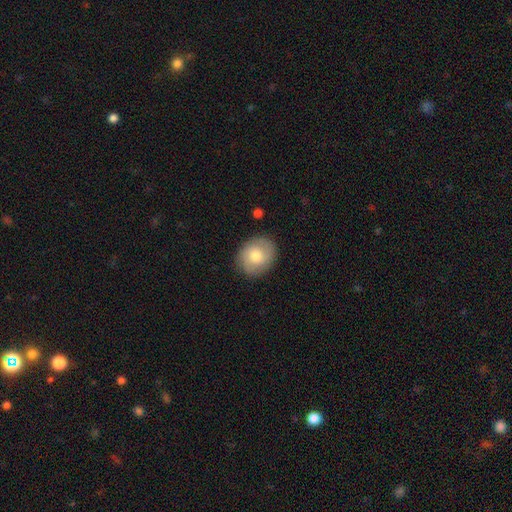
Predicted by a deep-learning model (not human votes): Smooth or featured?
  - smooth: 66% *
  - featured or disk: 26%
  - star or artifact: 7%
How rounded?
  - round: 61% *
  - in between: 38%
  - cigar-shaped: 1%
Merging?
  - none: 85% *
  - minor disturbance: 11%
  - major disturbance: 3%
  - merger: 1%